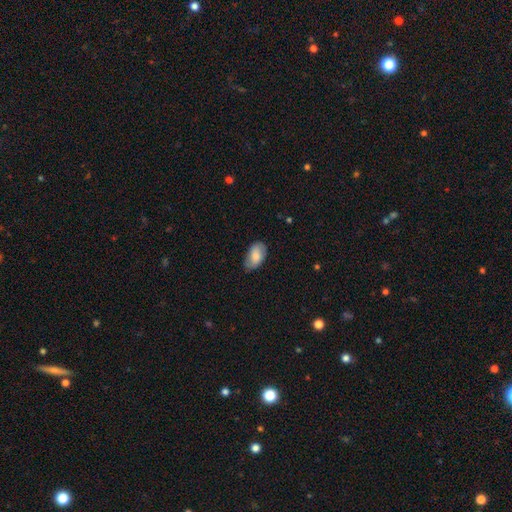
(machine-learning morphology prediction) This appears to be a smooth galaxy with no disk features (76%) that is in between round and cigar-shaped (93%). Merging: none (66%).